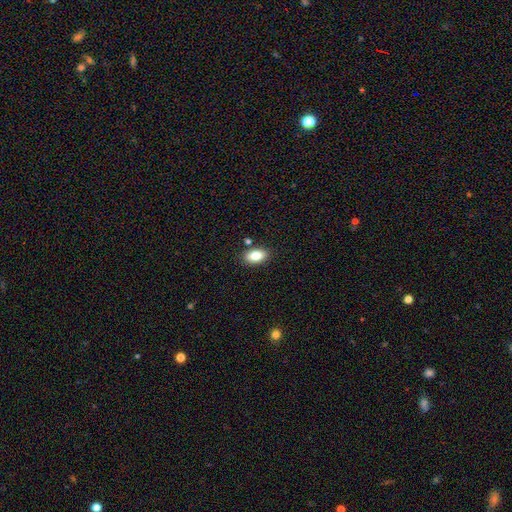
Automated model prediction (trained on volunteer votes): This is clearly a smooth galaxy (82%). How rounded: clearly in between (90%). Merging: clearly none (84%).